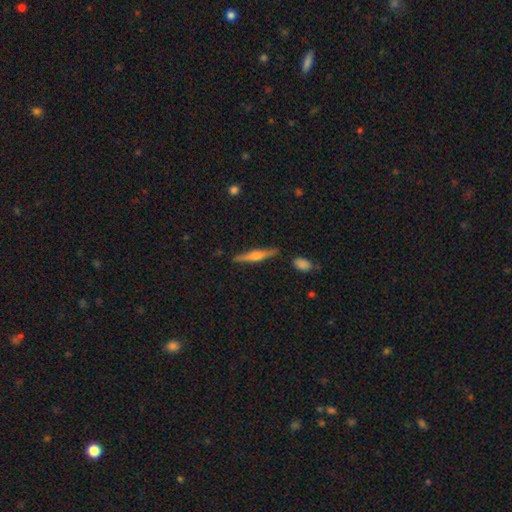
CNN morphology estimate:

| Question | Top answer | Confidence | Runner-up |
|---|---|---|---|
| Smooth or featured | featured or disk | 66% | smooth (28%) |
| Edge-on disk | yes | 97% | no (3%) |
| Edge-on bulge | rounded | 85% | boxy (10%) |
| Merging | none | 87% | minor disturbance (8%) |